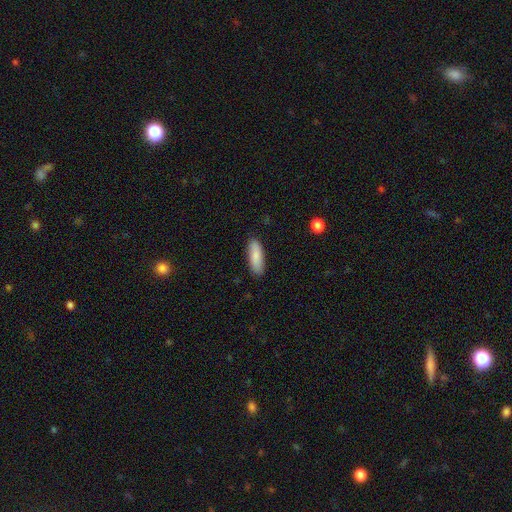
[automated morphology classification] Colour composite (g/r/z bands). It shows a smooth galaxy with no disk features (86%) that is in between round and cigar-shaped (61%). Merging: none (87%).